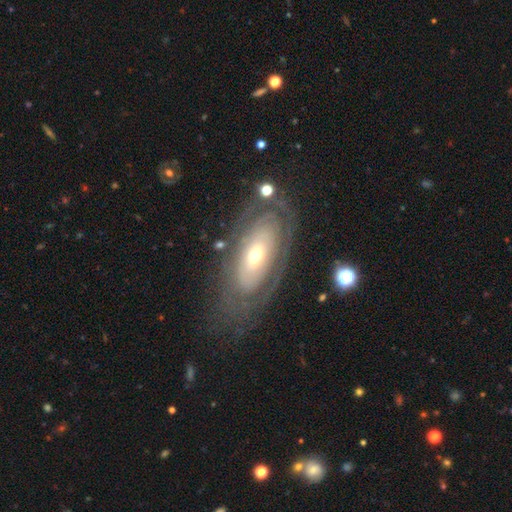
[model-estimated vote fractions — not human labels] smooth-or-featured: featured or disk: 72% | smooth: 22% | star or artifact: 6%
  disk-edge-on: no: 89% | yes: 11%
    bar: no: 78% | weak: 15% | strong: 7%
    has-spiral-arms: yes: 57% | no: 43%
    bulge-size: moderate: 60% | small: 30% | large: 8% | dominant: 2% | none: 1%
  merging: none: 70% | minor disturbance: 16% | major disturbance: 12% | merger: 2%